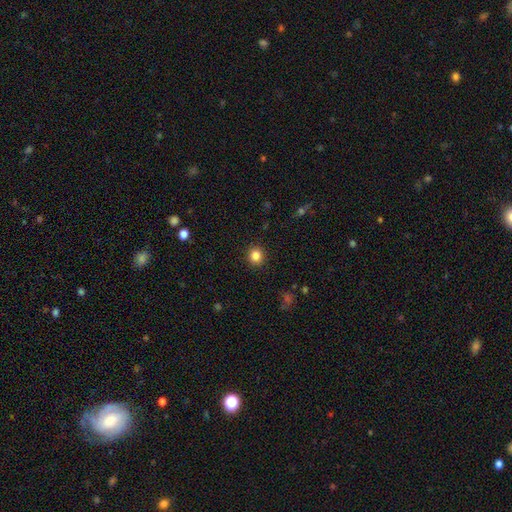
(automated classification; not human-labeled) The model was most divided on "smooth or featured": smooth: 84%, star or artifact: 11%, featured or disk: 5%. More confident: merging — none (91%); how rounded — round (88%).